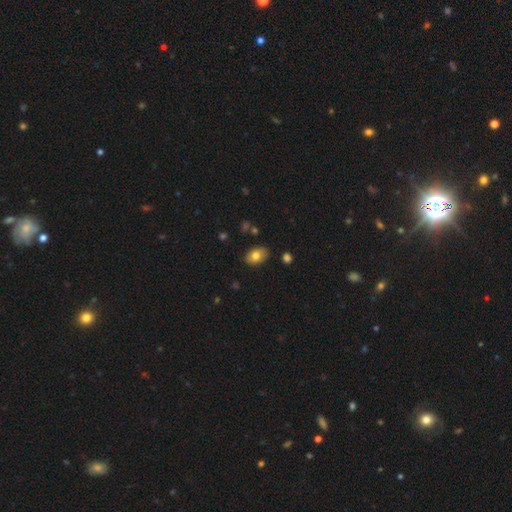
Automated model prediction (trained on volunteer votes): This is likely a smooth galaxy (78%). How rounded: clearly in between (84%). Merging: clearly none (84%).